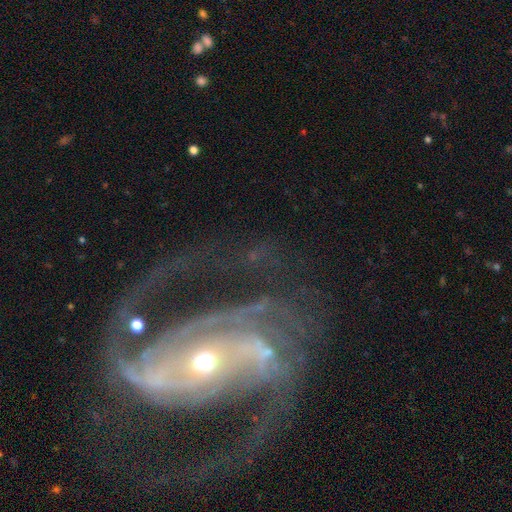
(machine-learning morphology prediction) Smooth or featured?
  - featured or disk: 87% *
  - star or artifact: 8%
  - smooth: 5%
Edge-on disk?
  - no: 96% *
  - yes: 4%
Bar?
  - no: 44% *
  - strong: 28%
  - weak: 28%
Spiral arms?
  - yes: 94% *
  - no: 6%
Spiral winding?
  - medium: 44% *
  - tight: 37%
  - loose: 19%
Spiral arm count?
  - 2: 39% *
  - 3: 19%
  - can't tell: 18%
  - 4: 9%
  - 1: 8%
  - more than 4: 7%
Bulge size?
  - small: 54% *
  - moderate: 41%
  - large: 3%
  - none: 1%
  - dominant: 1%
Merging?
  - none: 51% *
  - major disturbance: 28%
  - minor disturbance: 16%
  - merger: 5%